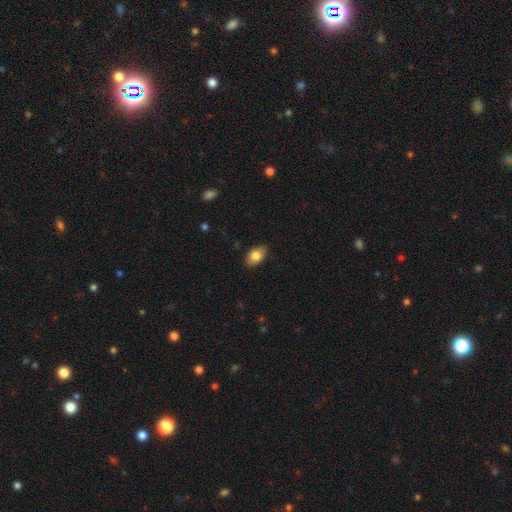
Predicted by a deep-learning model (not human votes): Smooth or featured?
  - smooth: 81% *
  - featured or disk: 12%
  - star or artifact: 7%
How rounded?
  - in between: 90% *
  - round: 8%
  - cigar-shaped: 2%
Merging?
  - none: 87% *
  - minor disturbance: 10%
  - major disturbance: 2%
  - merger: 1%